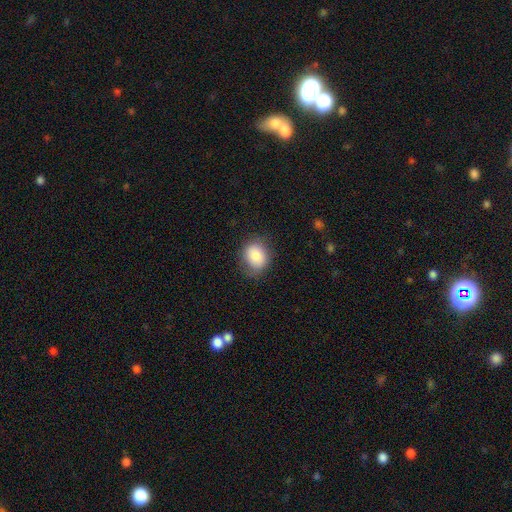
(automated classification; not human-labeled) Morphology: type=smooth (84%); roundness=round (57%); merging=none (76%).